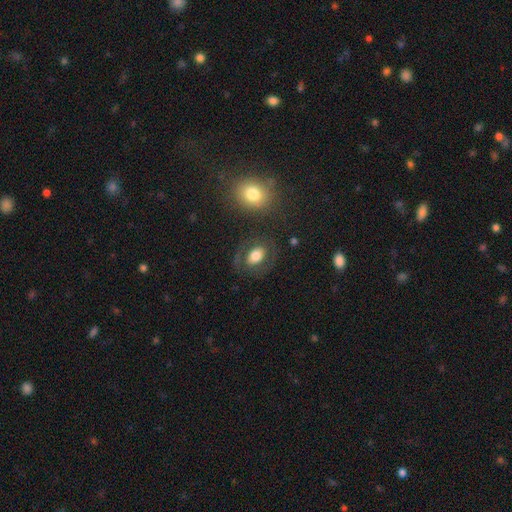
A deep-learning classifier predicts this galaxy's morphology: Smooth or featured? Predicted: smooth (p=0.63). How rounded? Predicted: in between (p=0.74). Merging? Predicted: none (p=0.75).